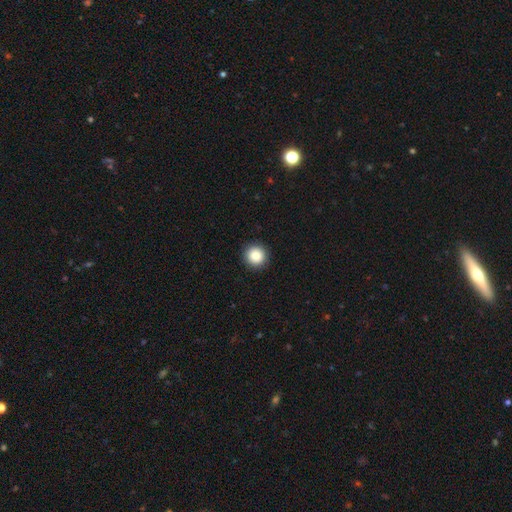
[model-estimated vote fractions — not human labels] A smooth galaxy with no disk features (86%) that is round (95%).

Vote fractions:
- Smooth or featured? smooth: 86% / star or artifact: 9% / featured or disk: 5%
- How rounded? round: 95% / in between: 5% / cigar-shaped: 1%
- Merging? none: 93% / minor disturbance: 5% / major disturbance: 2% / merger: 1%